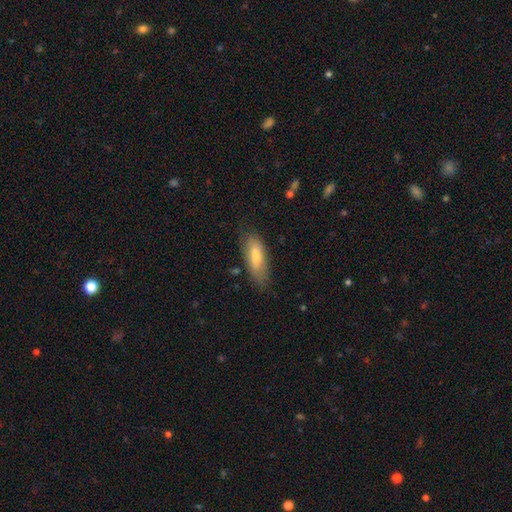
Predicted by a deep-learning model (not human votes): The model was most divided on "how rounded": in between: 55%, cigar-shaped: 43%, round: 2%. More confident: smooth or featured — smooth (72%); merging — none (72%).